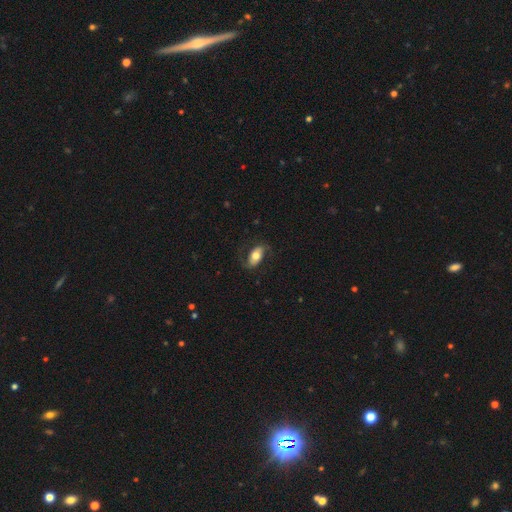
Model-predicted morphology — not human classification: A featured or disk galaxy (53%).

Vote fractions:
- Smooth or featured? featured or disk: 53% / smooth: 40% / star or artifact: 7%
- Edge-on disk? no: 91% / yes: 9%
- Merging? none: 71% / minor disturbance: 17% / major disturbance: 11% / merger: 1%